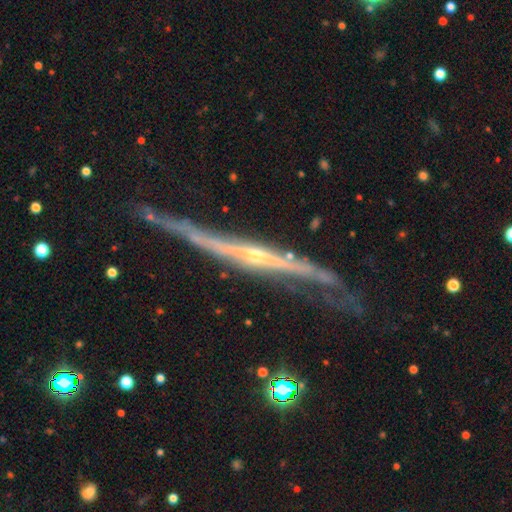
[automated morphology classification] smooth_or_featured: featured or disk (p=0.87) [alt: smooth p=0.08]
disk_edge_on: yes (p=0.95) [alt: no p=0.05]
edge_on_bulge: rounded (p=0.64) [alt: none p=0.30]
merging: none (p=0.64) [alt: minor disturbance p=0.24]